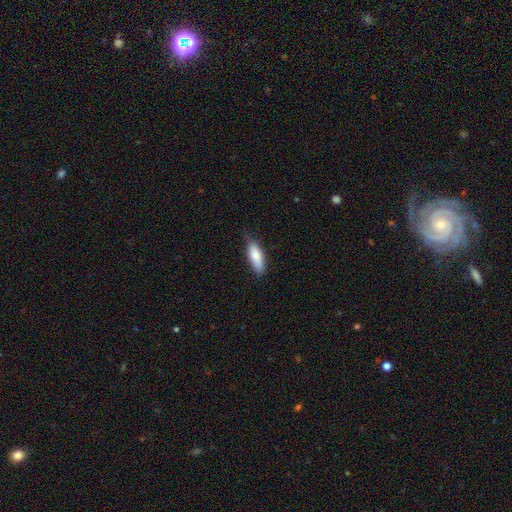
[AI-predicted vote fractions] smooth 82%, featured or disk 12%, star or artifact 6%. Down the decision tree: how rounded — in between (66%); merging — none (70%).